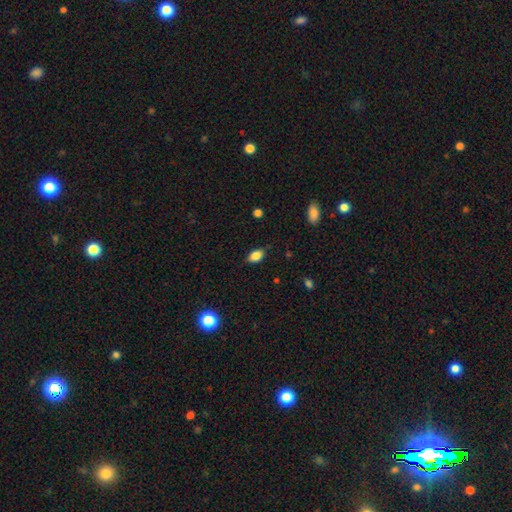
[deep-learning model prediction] Smooth or featured? Predicted: smooth (p=0.83). How rounded? Predicted: in between (p=0.86). Merging? Predicted: none (p=0.83).